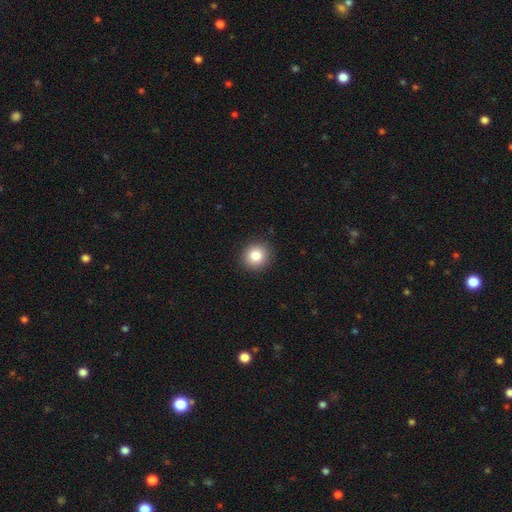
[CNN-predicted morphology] A smooth galaxy with no disk features (83%) that is round (89%).

Vote fractions:
- Smooth or featured? smooth: 83% / star or artifact: 10% / featured or disk: 7%
- How rounded? round: 89% / in between: 10% / cigar-shaped: 1%
- Merging? none: 92% / minor disturbance: 6% / major disturbance: 2% / merger: 1%